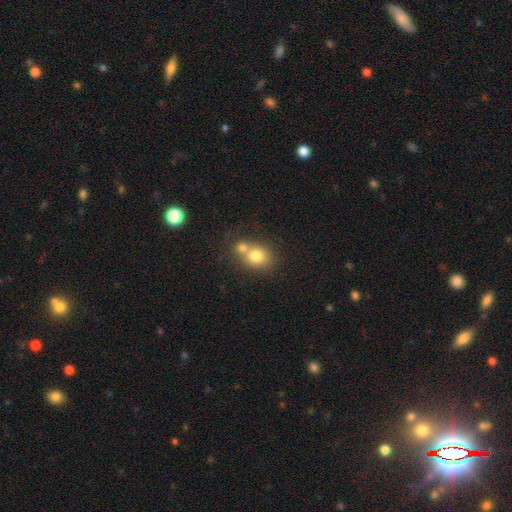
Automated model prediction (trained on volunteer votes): smooth_or_featured: smooth (p=0.76) [alt: featured or disk p=0.13]
how_rounded: round (p=0.69) [alt: in between p=0.31]
merging: merger (p=0.50) [alt: none p=0.38]